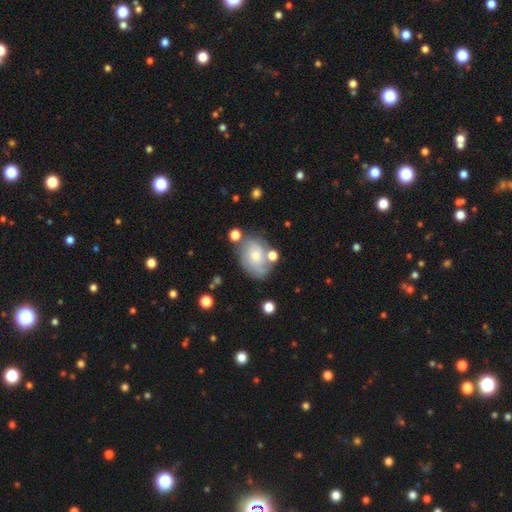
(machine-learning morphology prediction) type=smooth (52%); roundness=in between (67%); merging=none (56%).